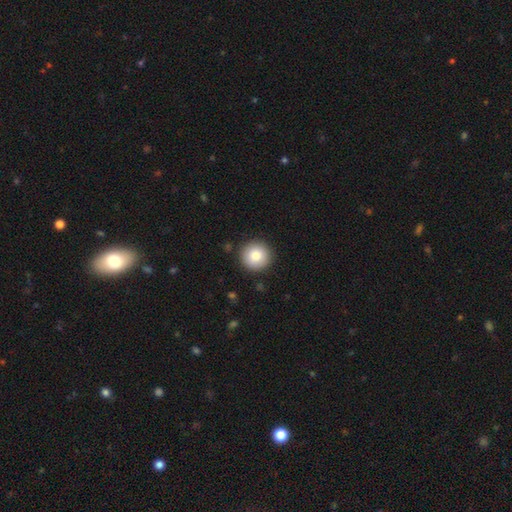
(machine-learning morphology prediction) Smooth or featured: smooth — 81% (featured or disk — 10%)
How rounded: round — 96% (in between — 3%)
Merging: none — 91% (minor disturbance — 6%)